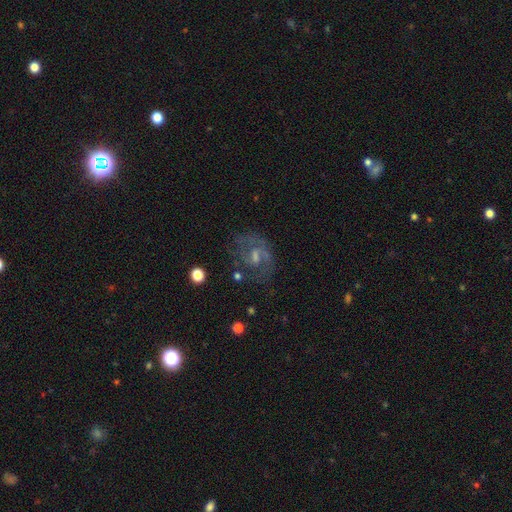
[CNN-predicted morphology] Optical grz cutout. It shows a featured or disk galaxy (65%) with a weak bar (46%), spiral arms (73%) and a small central bulge (40%). Merging: none (59%).